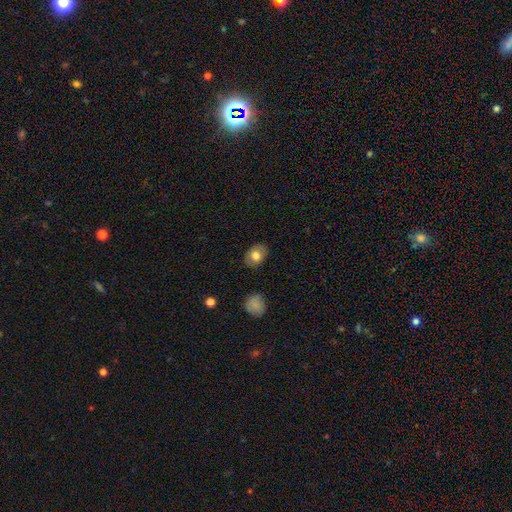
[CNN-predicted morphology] This is likely a smooth galaxy (76%). How rounded: likely in between (74%). Merging: clearly none (85%).